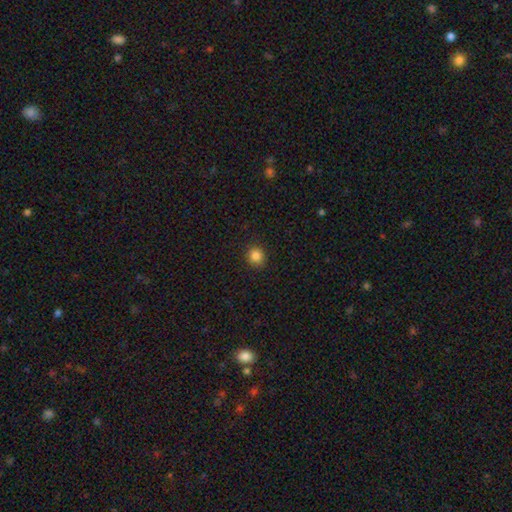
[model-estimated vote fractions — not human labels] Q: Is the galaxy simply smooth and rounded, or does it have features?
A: smooth — 84%.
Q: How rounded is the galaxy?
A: round — 86%.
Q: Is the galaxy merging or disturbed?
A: none — 90%.